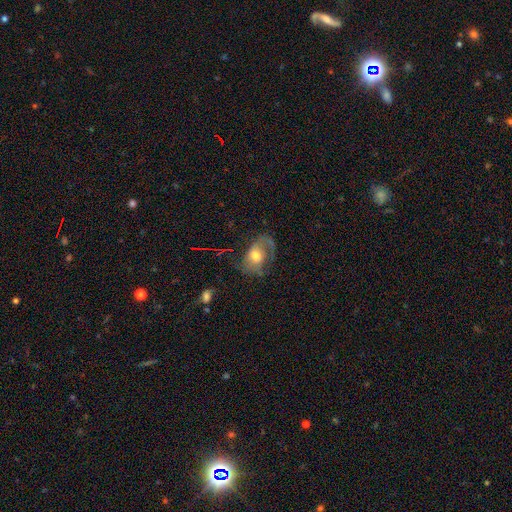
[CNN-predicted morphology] Overall: featured or disk (54%; smooth 37%). Edge-on disk: no (95%). Bar: no (61%; weak 31%). Spiral arms: yes (70%; no 30%). Bulge size: moderate (64%). Merging: none (42%; major disturbance 32%).